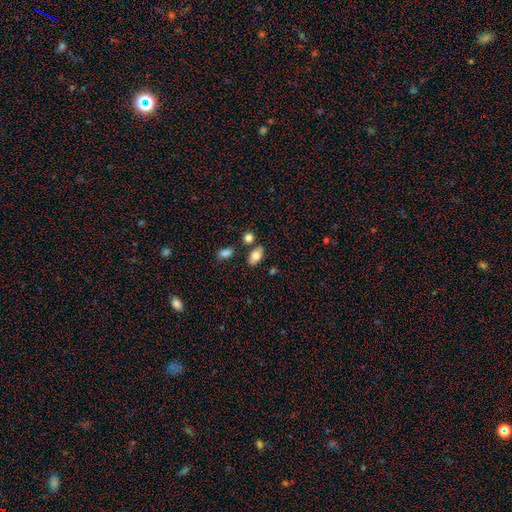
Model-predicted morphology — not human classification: This appears to be a smooth galaxy with no disk features (77%) that is in between round and cigar-shaped (89%). Merging: none (76%).